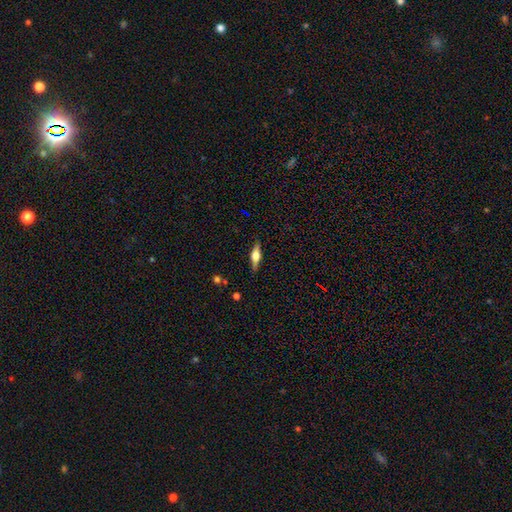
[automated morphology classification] A featured or disk galaxy (59%) viewed edge-on (95%) with a rounded central bulge (92%). Merging: none (86%).